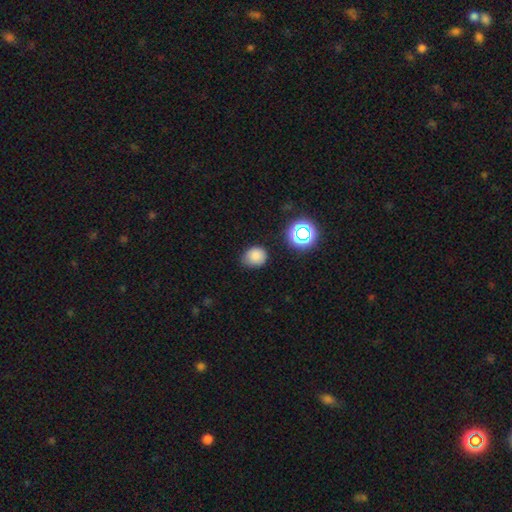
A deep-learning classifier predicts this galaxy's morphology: Overall: smooth (79%). How rounded: round (65%; in between 34%). Merging: none (69%).